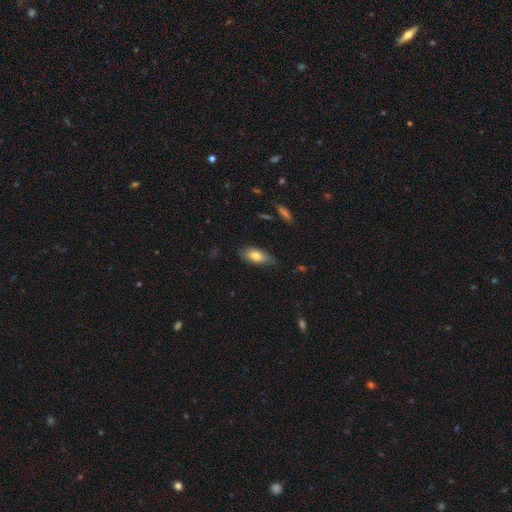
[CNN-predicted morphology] Smooth or featured: smooth — 76% (featured or disk — 17%)
How rounded: in between — 83% (cigar-shaped — 14%)
Merging: none — 76% (minor disturbance — 20%)